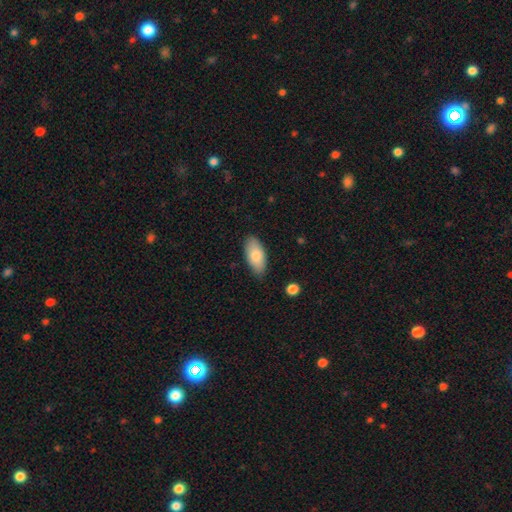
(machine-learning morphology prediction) Smooth or featured? smooth (80%)
How rounded? in between (92%)
Merging? none (84%)